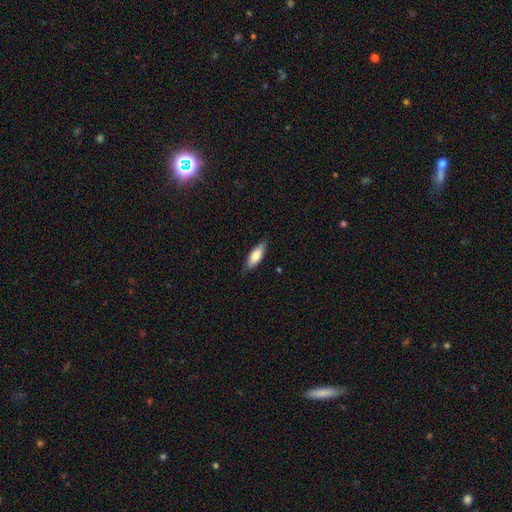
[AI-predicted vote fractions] Overall: smooth (73%). How rounded: in between (63%; cigar-shaped 34%). Merging: none (83%).